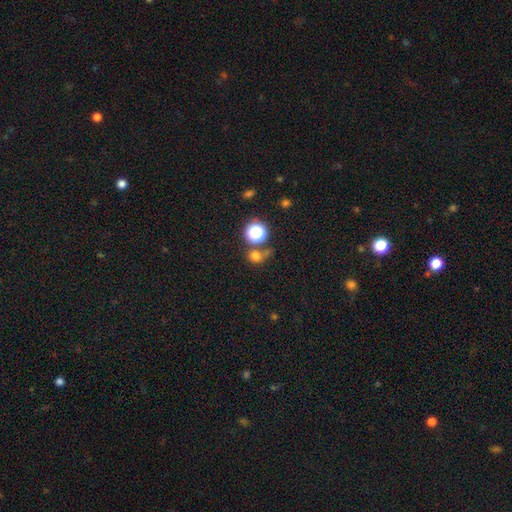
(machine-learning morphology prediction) type=smooth (68%); roundness=round (81%); merging=none (58%).